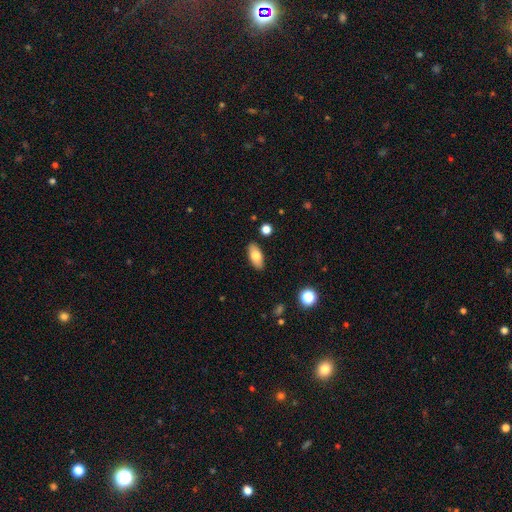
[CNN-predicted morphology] Smooth or featured?
  - smooth: 78% *
  - featured or disk: 15%
  - star or artifact: 7%
How rounded?
  - in between: 88% *
  - cigar-shaped: 9%
  - round: 3%
Merging?
  - none: 88% *
  - minor disturbance: 9%
  - major disturbance: 2%
  - merger: 2%